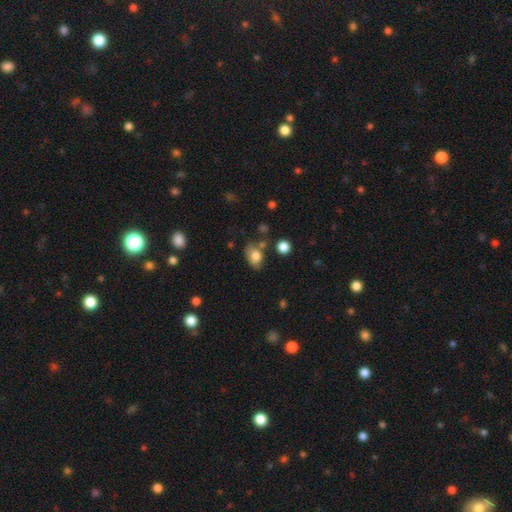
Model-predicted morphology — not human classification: Smooth or featured?
  - smooth: 78% *
  - featured or disk: 13%
  - star or artifact: 9%
How rounded?
  - in between: 79% *
  - round: 19%
  - cigar-shaped: 1%
Merging?
  - none: 64% *
  - minor disturbance: 21%
  - merger: 9%
  - major disturbance: 6%